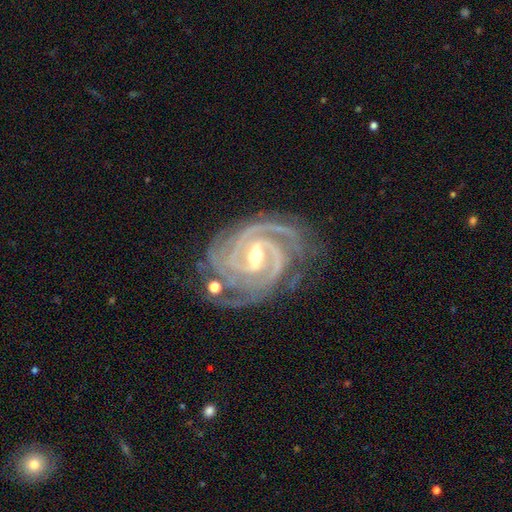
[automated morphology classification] smooth_or_featured: featured or disk (p=0.93) [alt: star or artifact p=0.04]
disk_edge_on: no (p=0.98) [alt: yes p=0.02]
bar: strong (p=0.43) [tied with: weak p=0.43]
has_spiral_arms: yes (p=0.99) [alt: no p=0.01]
spiral_winding: tight (p=0.76) [alt: medium p=0.22]
spiral_arm_count: 3 (p=0.38) [alt: 2 p=0.23]
bulge_size: moderate (p=0.56) [alt: small p=0.39]
merging: none (p=0.70) [alt: minor disturbance p=0.19]